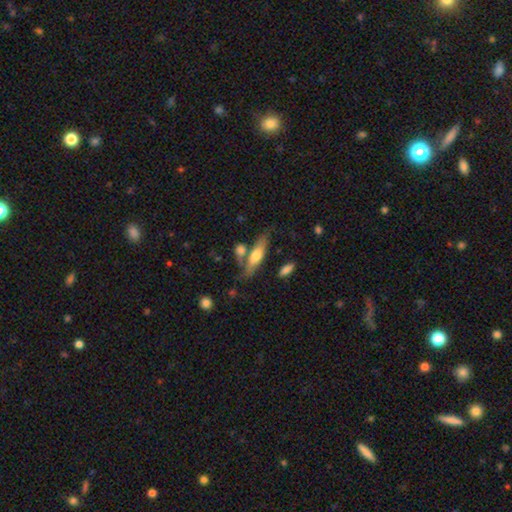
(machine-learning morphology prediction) Smooth or featured?
  - smooth: 56% *
  - featured or disk: 38%
  - star or artifact: 6%
How rounded?
  - cigar-shaped: 54% *
  - in between: 43%
  - round: 3%
Merging?
  - none: 56% *
  - merger: 20%
  - minor disturbance: 18%
  - major disturbance: 7%